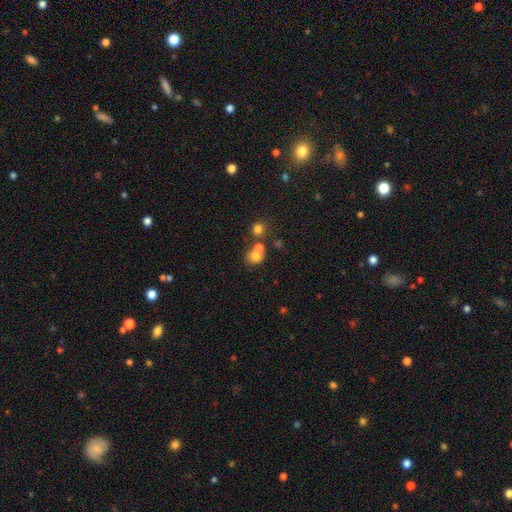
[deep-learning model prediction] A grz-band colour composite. It shows a smooth galaxy with no disk features (71%) that is round (74%). Merging: none (44%).